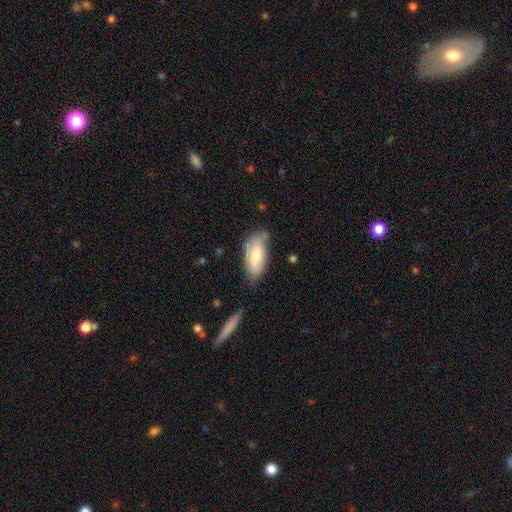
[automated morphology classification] A smooth galaxy with no disk features (75%) that is in between round and cigar-shaped (86%). Merging: none (64%).